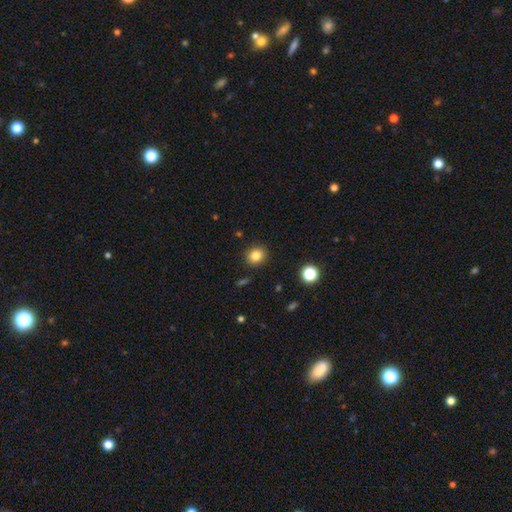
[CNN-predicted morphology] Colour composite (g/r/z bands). It shows a smooth galaxy with no disk features (83%) that is round (80%). Merging: none (89%).